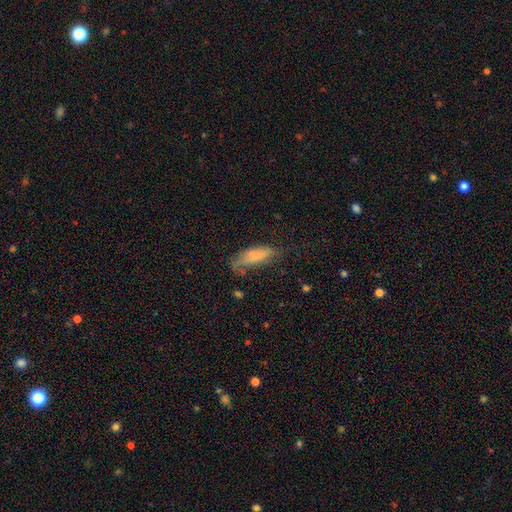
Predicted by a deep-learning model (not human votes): This is likely a smooth galaxy (70%). How rounded: likely in between (62%). Merging: marginally none (37%).